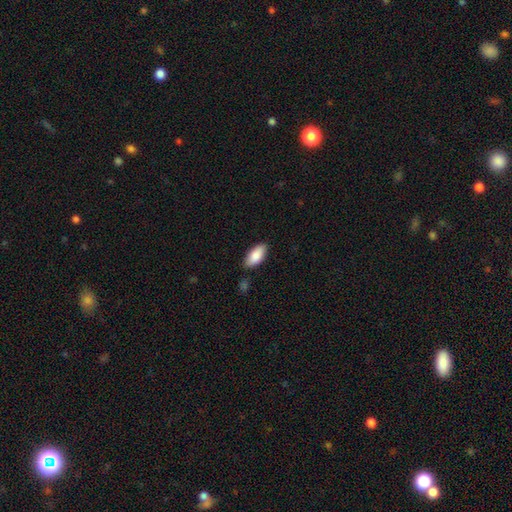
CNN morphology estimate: A smooth galaxy with no disk features (86%) that is in between round and cigar-shaped (89%). Merging: none (83%).